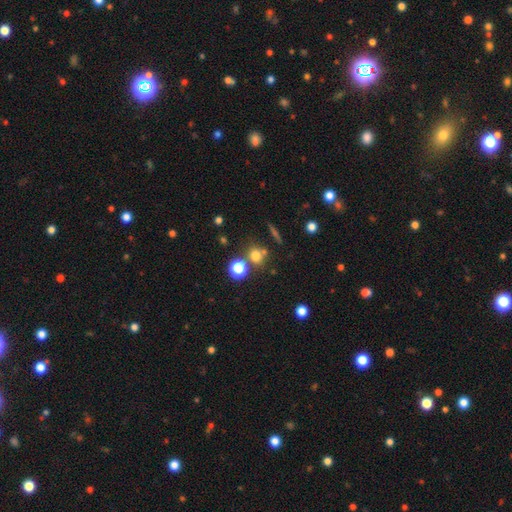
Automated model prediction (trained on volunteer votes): Smooth or featured: smooth — 70% (star or artifact — 20%)
How rounded: round — 82% (in between — 16%)
Merging: none — 68% (merger — 19%)